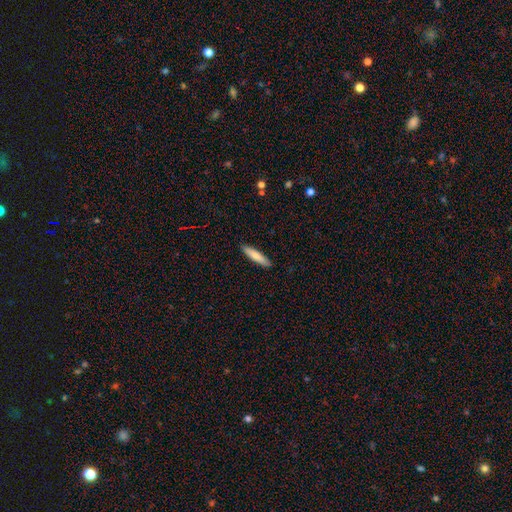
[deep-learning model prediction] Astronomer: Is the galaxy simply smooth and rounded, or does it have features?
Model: smooth — 78%.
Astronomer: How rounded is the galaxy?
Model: cigar-shaped — 84%.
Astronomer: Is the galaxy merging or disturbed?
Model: none — 91%.